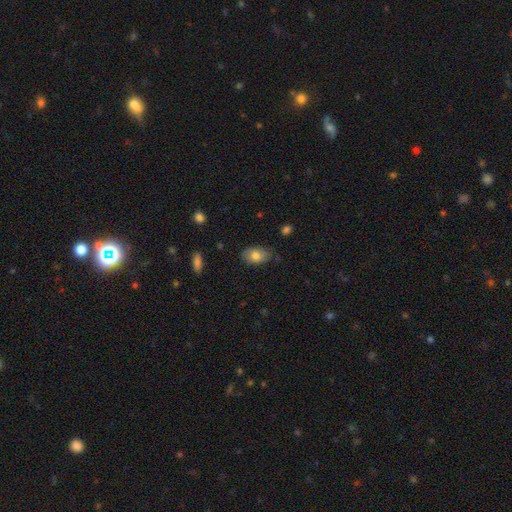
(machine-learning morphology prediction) smooth_or_featured: smooth (p=0.78) [alt: featured or disk p=0.14]
how_rounded: in between (p=0.90) [alt: round p=0.09]
merging: none (p=0.74) [alt: minor disturbance p=0.21]